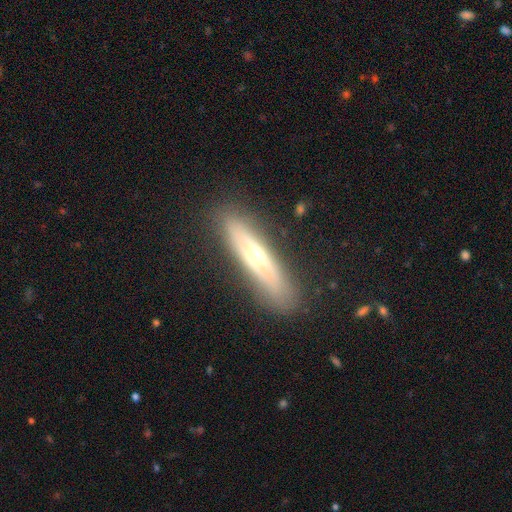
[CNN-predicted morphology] smooth-or-featured: featured or disk: 65% | smooth: 28% | star or artifact: 7%
  disk-edge-on: yes: 74% | no: 26%
  merging: none: 83% | minor disturbance: 12% | major disturbance: 4% | merger: 1%